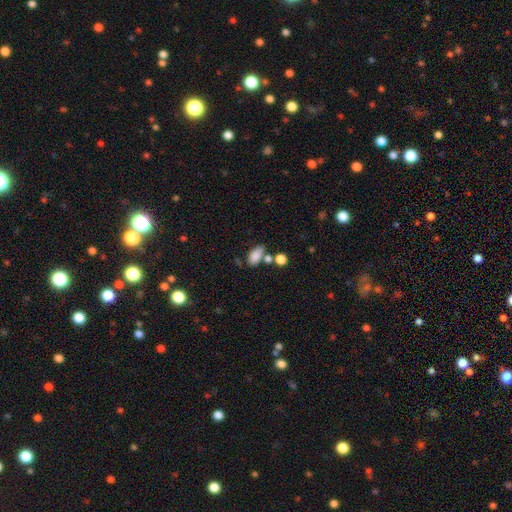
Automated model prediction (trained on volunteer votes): This is clearly a smooth galaxy (82%). How rounded: clearly in between (88%). Merging: possibly none (55%).